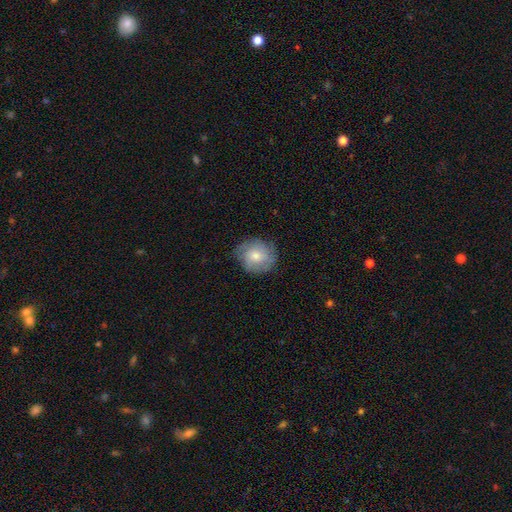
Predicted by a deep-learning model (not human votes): Smooth or featured? Predicted: featured or disk (p=0.47). Merging? Predicted: none (p=0.75).